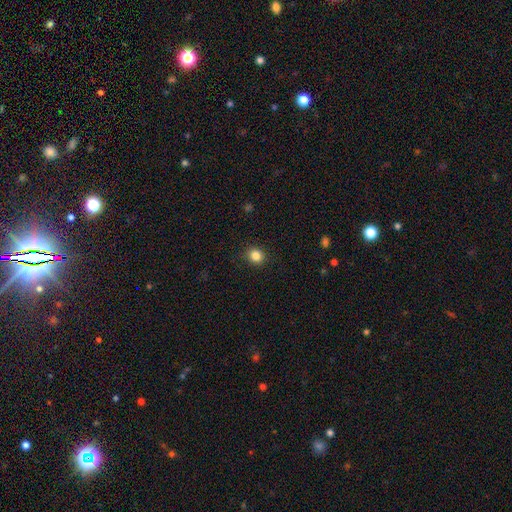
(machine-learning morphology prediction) The model was most divided on "how rounded": round: 77%, in between: 22%, cigar-shaped: 1%. More confident: merging — none (90%); smooth or featured — smooth (84%).